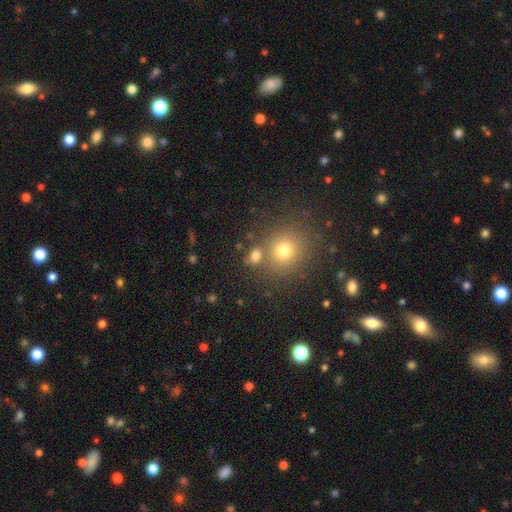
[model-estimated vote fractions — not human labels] This is likely a smooth galaxy (73%). How rounded: possibly round (57%). Merging: likely none (64%).